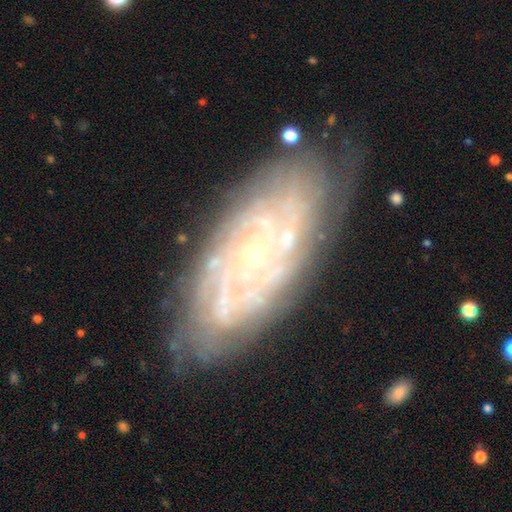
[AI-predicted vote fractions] This is clearly a featured or disk galaxy (86%). It is clearly not viewed edge-on (92%). Bar: likely no (75%). Spiral arm pattern: clearly yes (95%). Spiral arm count: marginally can't tell (39%). Spiral winding: likely tight (76%). Central bulge: likely small (74%). Merging: likely none (79%).